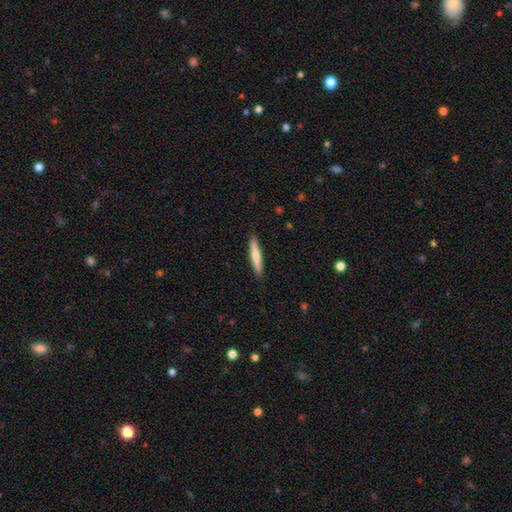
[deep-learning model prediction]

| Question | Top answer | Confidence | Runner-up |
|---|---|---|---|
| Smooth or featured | smooth | 71% | featured or disk (24%) |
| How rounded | cigar-shaped | 93% | in between (6%) |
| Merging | none | 90% | minor disturbance (7%) |